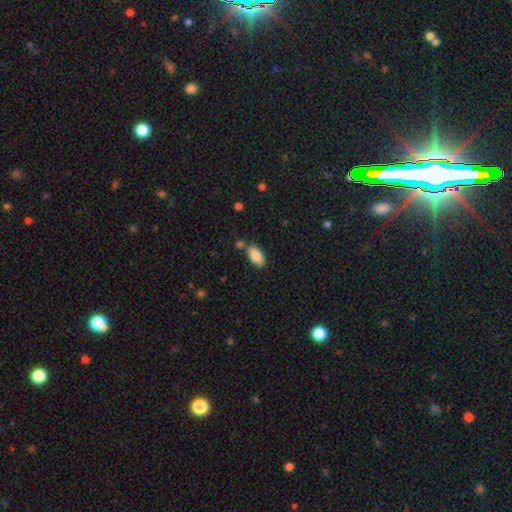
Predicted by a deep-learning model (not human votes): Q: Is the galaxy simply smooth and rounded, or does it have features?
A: smooth — 87%.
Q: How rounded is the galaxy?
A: in between — 93%.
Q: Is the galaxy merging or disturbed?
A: none — 73%.